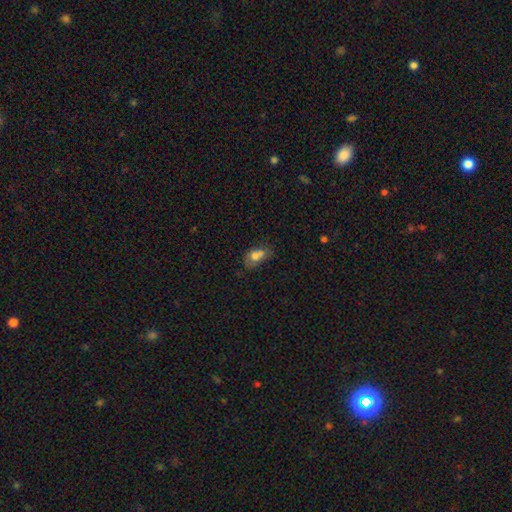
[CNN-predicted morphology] Smooth or featured?
  - smooth: 70% *
  - featured or disk: 19%
  - star or artifact: 11%
How rounded?
  - in between: 74% *
  - round: 23%
  - cigar-shaped: 3%
Merging?
  - merger: 40% *
  - none: 28%
  - minor disturbance: 20%
  - major disturbance: 11%